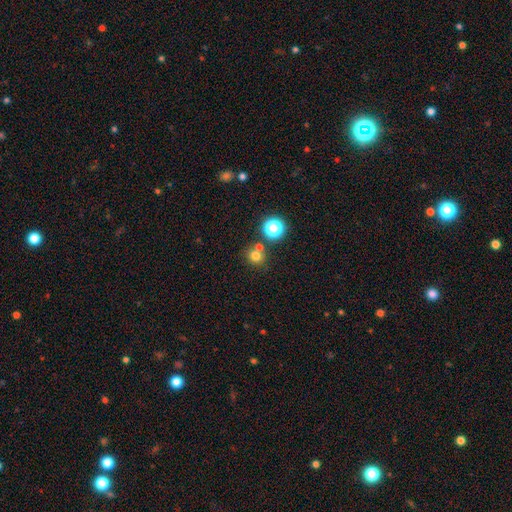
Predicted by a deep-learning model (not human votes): smooth 72%, star or artifact 20%, featured or disk 8%. Down the decision tree: how rounded — round (87%); merging — none (65%).